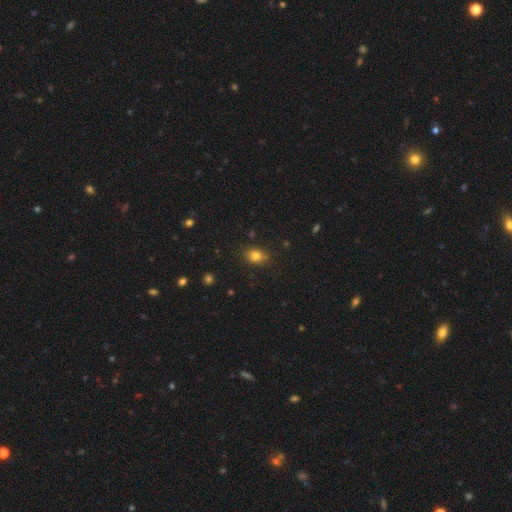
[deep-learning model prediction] This is clearly a smooth galaxy (81%). How rounded: likely in between (66%). Merging: clearly none (84%).